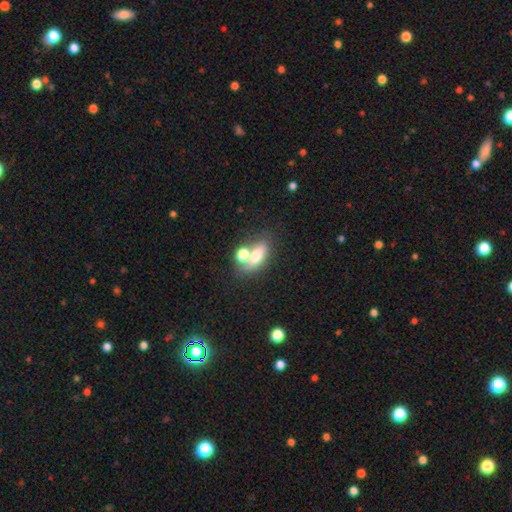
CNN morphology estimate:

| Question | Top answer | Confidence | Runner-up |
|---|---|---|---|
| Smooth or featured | smooth | 64% | featured or disk (22%) |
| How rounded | in between | 66% | round (21%) |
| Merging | none | 44% | merger (37%) |